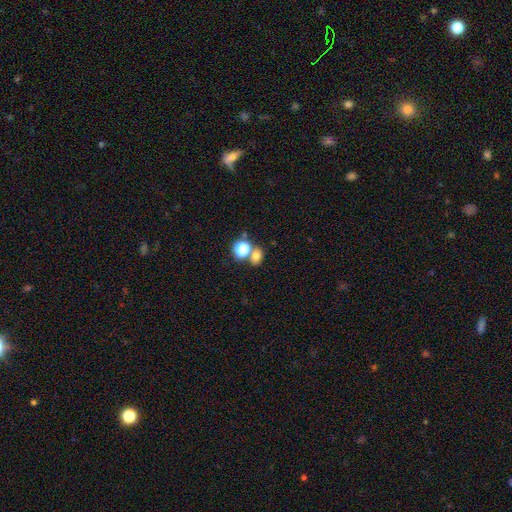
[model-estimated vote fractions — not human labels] Smooth or featured? smooth (72%)
How rounded? round (57%)
Merging? none (56%)